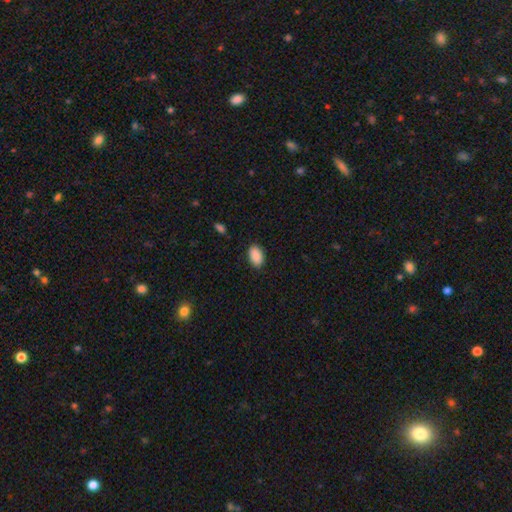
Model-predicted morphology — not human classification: A smooth galaxy with no disk features (91%) that is in between round and cigar-shaped (92%).

Vote fractions:
- Smooth or featured? smooth: 91% / star or artifact: 7% / featured or disk: 2%
- How rounded? in between: 92% / round: 6% / cigar-shaped: 1%
- Merging? none: 88% / minor disturbance: 9% / major disturbance: 2% / merger: 1%